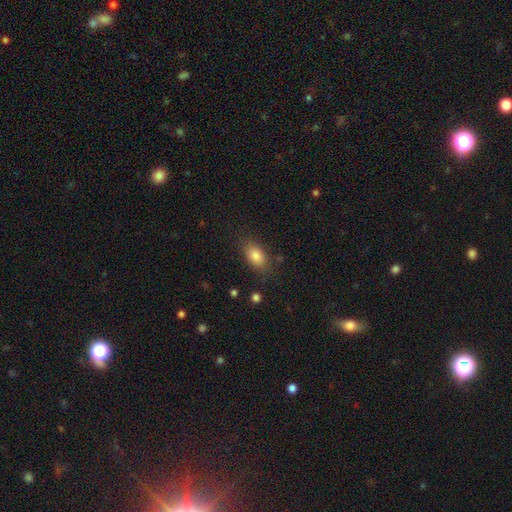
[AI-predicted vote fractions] Q: Smooth or featured?
A: smooth (83%); runner-up: star or artifact (9%)
Q: How rounded?
A: in between (87%); runner-up: round (9%)
Q: Merging?
A: none (81%); runner-up: minor disturbance (13%)